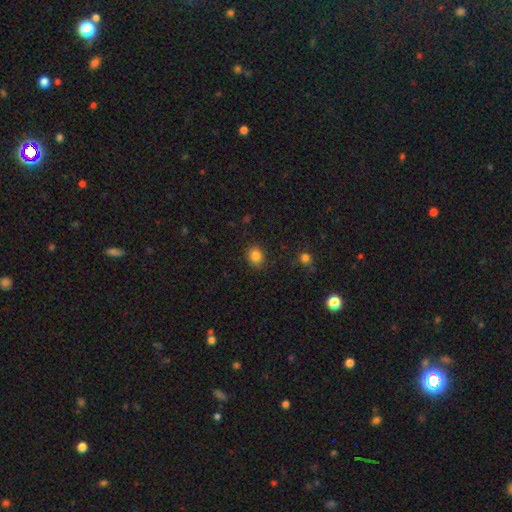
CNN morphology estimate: smooth_or_featured: smooth (p=0.84) [alt: star or artifact p=0.11]
how_rounded: round (p=0.60) [alt: in between p=0.40]
merging: none (p=0.86) [alt: minor disturbance p=0.10]